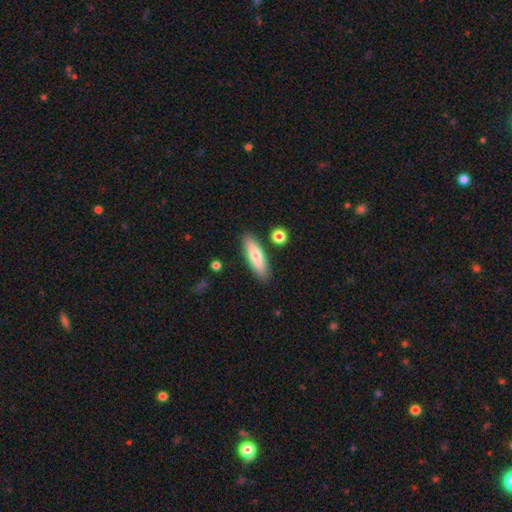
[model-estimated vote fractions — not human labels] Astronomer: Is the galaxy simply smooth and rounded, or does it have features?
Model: smooth — 72%.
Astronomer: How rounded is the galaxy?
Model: cigar-shaped — 55% (runner-up: in between, 43%).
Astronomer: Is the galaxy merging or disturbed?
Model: none — 86%.